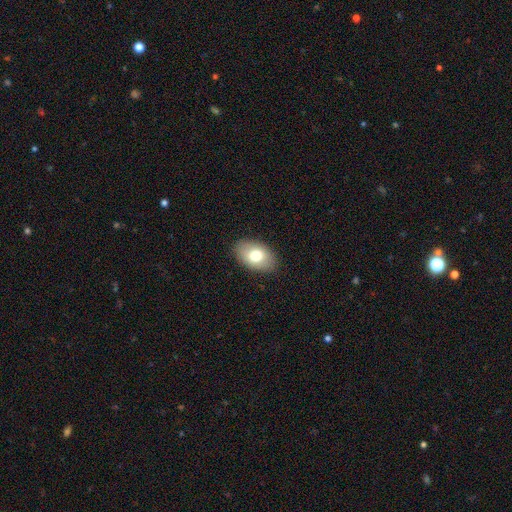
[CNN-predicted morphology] This appears to be a smooth galaxy with no disk features (75%) that is in between round and cigar-shaped (90%). Merging: none (87%).